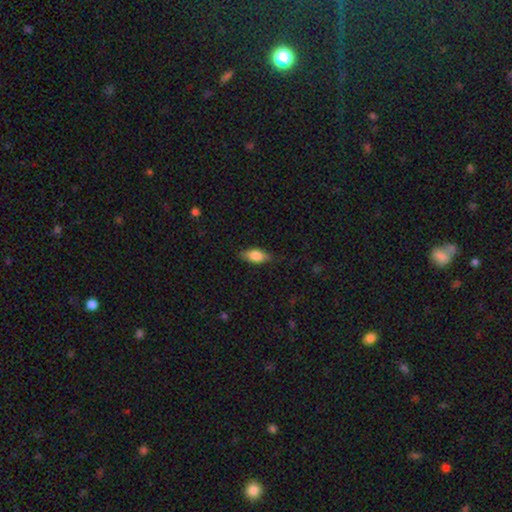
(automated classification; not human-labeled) Smooth or featured: smooth — 78% (featured or disk — 15%)
How rounded: in between — 83% (cigar-shaped — 13%)
Merging: none — 81% (minor disturbance — 15%)